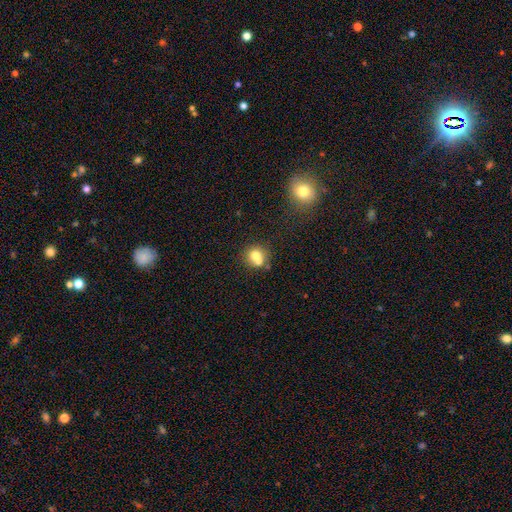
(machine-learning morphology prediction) type=smooth (70%); roundness=round (83%); merging=merger (46%).